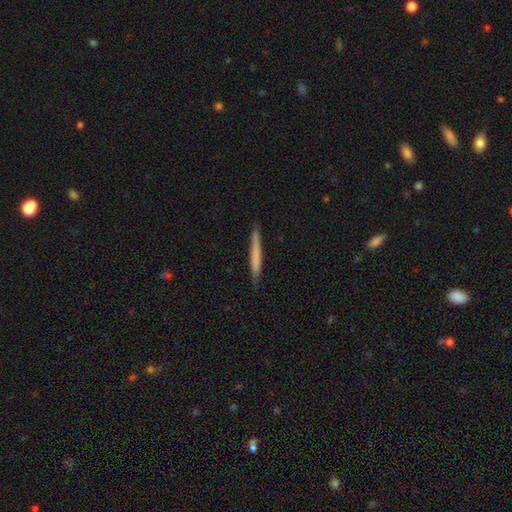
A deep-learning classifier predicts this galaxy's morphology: Overall: smooth (67%; featured or disk 27%). How rounded: cigar-shaped (97%). Merging: none (88%).